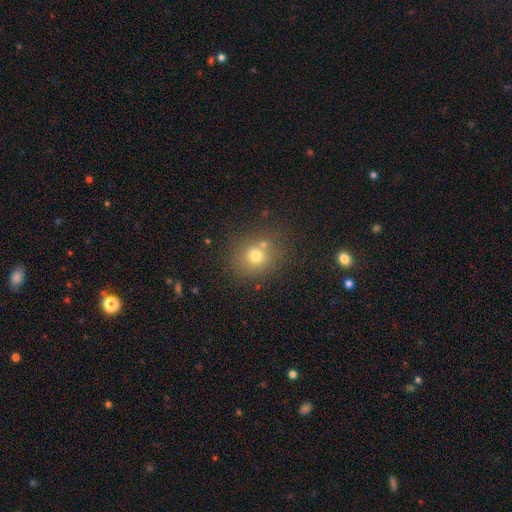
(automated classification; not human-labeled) smooth_or_featured: smooth (p=0.72) [alt: star or artifact p=0.17]
how_rounded: round (p=0.80) [alt: in between p=0.19]
merging: none (p=0.72) [alt: merger p=0.13]